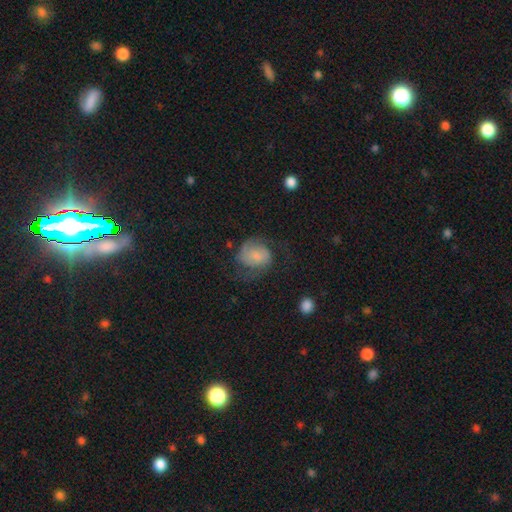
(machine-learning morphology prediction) Smooth or featured?
  - featured or disk: 58% *
  - smooth: 34%
  - star or artifact: 9%
Edge-on disk?
  - no: 98% *
  - yes: 2%
Bar?
  - no: 62% *
  - weak: 32%
  - strong: 6%
Spiral arms?
  - yes: 89% *
  - no: 11%
Bulge size?
  - small: 38% *
  - moderate: 26%
  - none: 20%
  - large: 12%
  - dominant: 4%
Merging?
  - none: 53% *
  - major disturbance: 24%
  - minor disturbance: 21%
  - merger: 2%